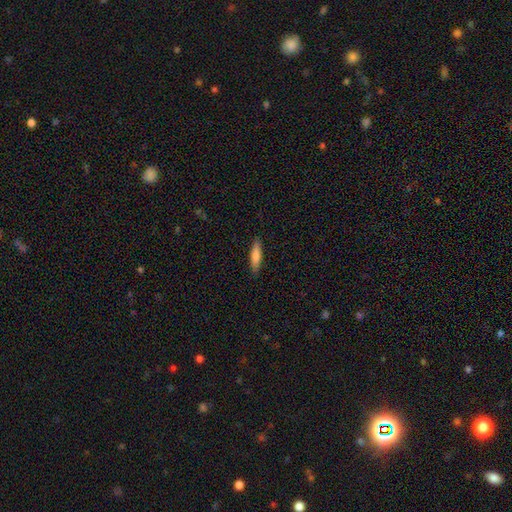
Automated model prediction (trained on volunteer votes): Overall: smooth (74%). How rounded: cigar-shaped (77%). Merging: none (90%).